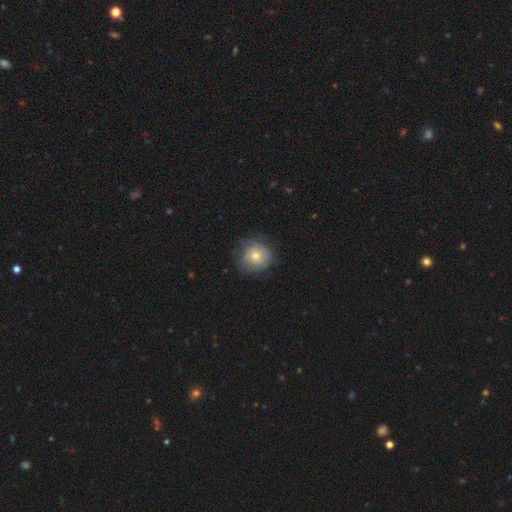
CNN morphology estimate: Smooth or featured? smooth (72%)
How rounded? round (88%)
Merging? none (69%)